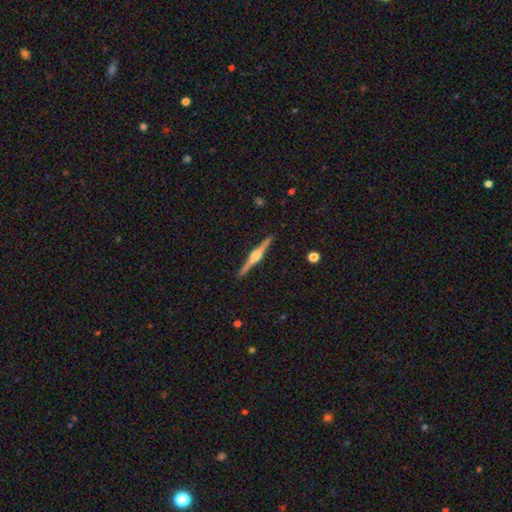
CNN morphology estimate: Smooth or featured: featured or disk — 85% (smooth — 10%)
Edge-on disk: yes — 99% (no — 1%)
Edge-on bulge: rounded — 90% (boxy — 8%)
Merging: none — 92% (minor disturbance — 6%)